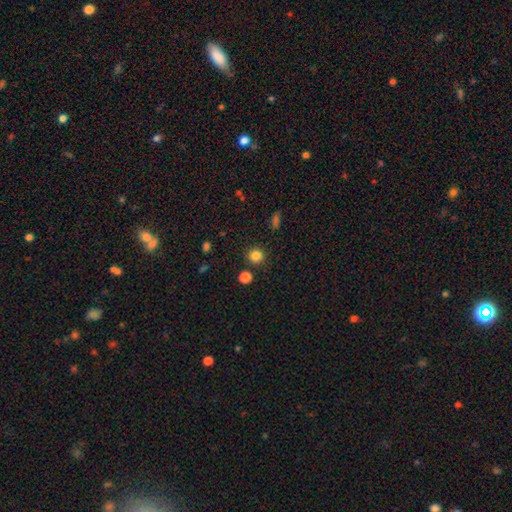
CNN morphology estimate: A smooth galaxy with no disk features (83%) that is round (89%). Merging: none (86%).